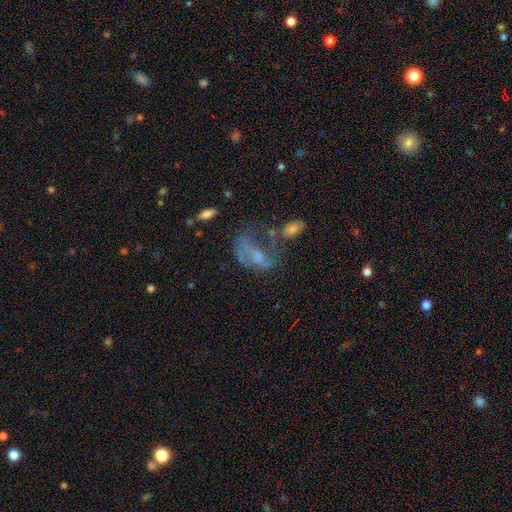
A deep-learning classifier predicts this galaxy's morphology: smooth-or-featured: featured or disk: 53% | smooth: 29% | star or artifact: 18%
  disk-edge-on: no: 95% | yes: 5%
    bar: no: 70% | weak: 23% | strong: 8%
    has-spiral-arms: no: 67% | yes: 33%
    bulge-size: none: 45% | small: 27% | moderate: 22% | large: 4% | dominant: 2%
  merging: major disturbance: 39% | none: 26% | merger: 18% | minor disturbance: 17%